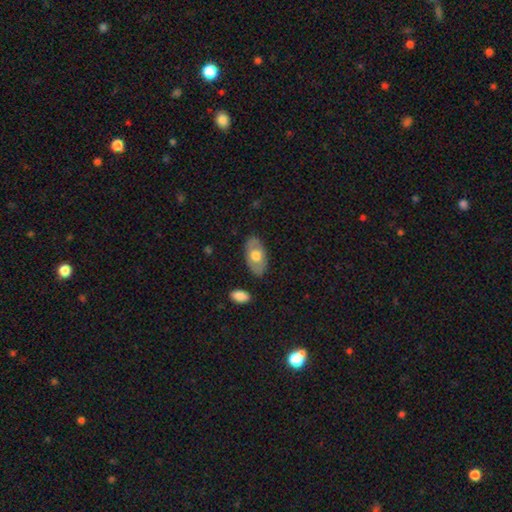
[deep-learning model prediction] Smooth or featured: smooth — 58% (featured or disk — 36%)
How rounded: in between — 93% (round — 5%)
Merging: none — 81% (minor disturbance — 14%)